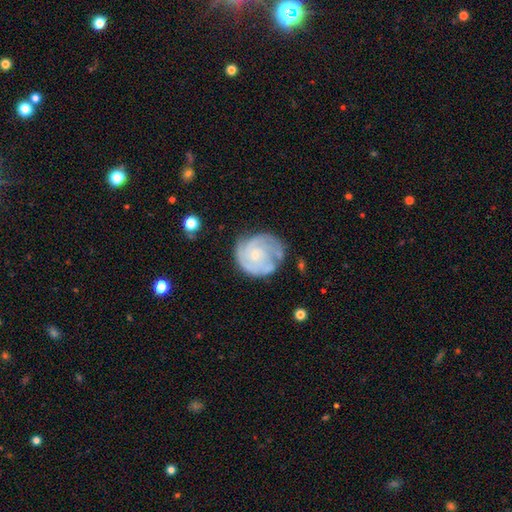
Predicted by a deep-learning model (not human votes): Smooth or featured?
  - featured or disk: 78% *
  - smooth: 16%
  - star or artifact: 6%
Edge-on disk?
  - no: 98% *
  - yes: 2%
Bar?
  - no: 75% *
  - weak: 21%
  - strong: 3%
Spiral arms?
  - yes: 91% *
  - no: 9%
Spiral winding?
  - tight: 65% *
  - medium: 27%
  - loose: 7%
Spiral arm count?
  - can't tell: 31% *
  - 3: 27%
  - 2: 24%
  - 4: 7%
  - 1: 6%
  - more than 4: 5%
Bulge size?
  - small: 72% *
  - moderate: 22%
  - none: 4%
  - large: 1%
  - dominant: 1%
Merging?
  - none: 59% *
  - minor disturbance: 25%
  - major disturbance: 12%
  - merger: 4%